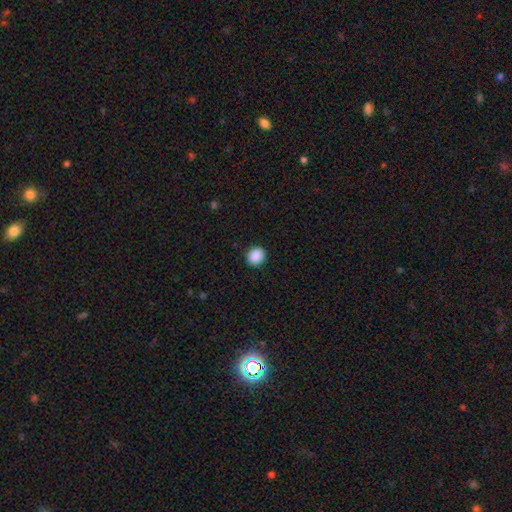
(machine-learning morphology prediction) Smooth or featured?
  - smooth: 89% *
  - star or artifact: 8%
  - featured or disk: 2%
How rounded?
  - round: 85% *
  - in between: 14%
  - cigar-shaped: 1%
Merging?
  - none: 92% *
  - minor disturbance: 5%
  - major disturbance: 2%
  - merger: 1%